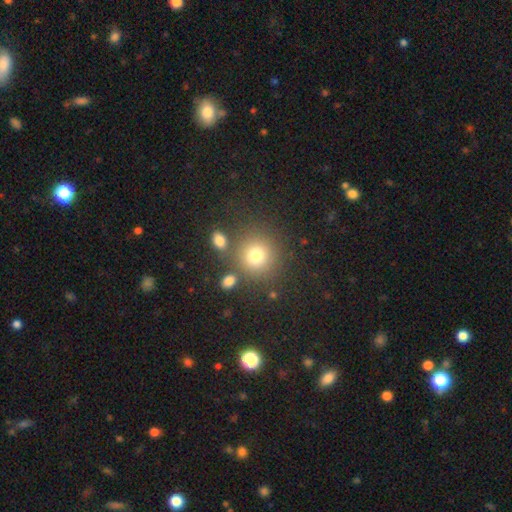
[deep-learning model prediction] Smooth or featured? smooth (76%)
How rounded? round (90%)
Merging? none (77%)